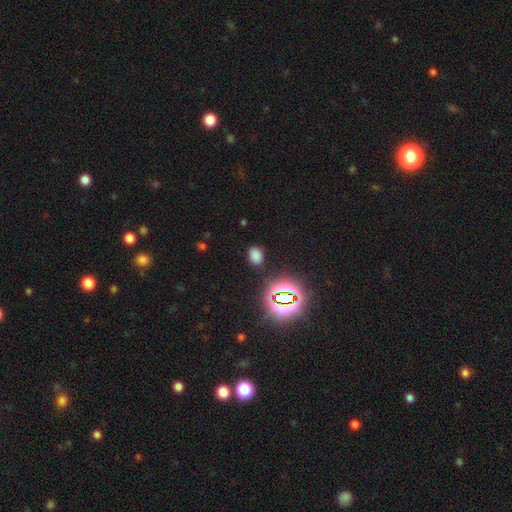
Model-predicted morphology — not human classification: A smooth galaxy with no disk features (68%) that is in between round and cigar-shaped (76%).

Vote fractions:
- Smooth or featured? smooth: 68% / star or artifact: 26% / featured or disk: 6%
- How rounded? in between: 76% / round: 23% / cigar-shaped: 1%
- Merging? none: 84% / minor disturbance: 11% / major disturbance: 3% / merger: 2%